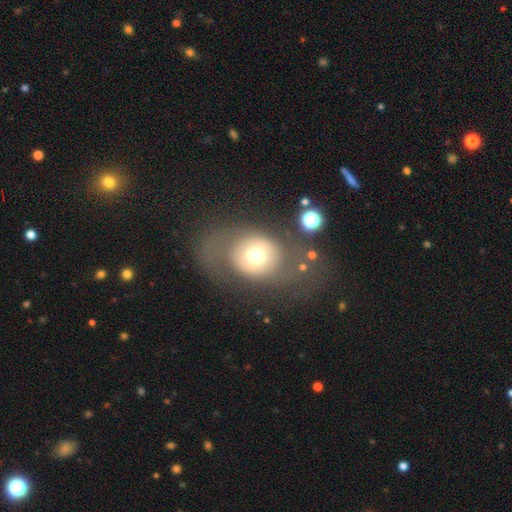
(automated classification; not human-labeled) Smooth or featured?
  - smooth: 55% *
  - featured or disk: 33%
  - star or artifact: 12%
How rounded?
  - round: 54% *
  - in between: 45%
  - cigar-shaped: 1%
Merging?
  - none: 68% *
  - major disturbance: 16%
  - minor disturbance: 14%
  - merger: 3%